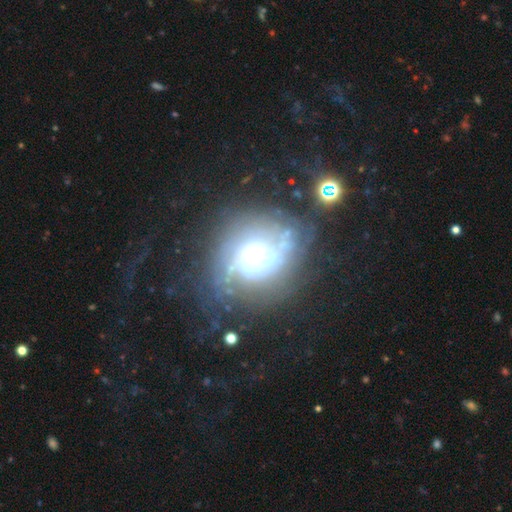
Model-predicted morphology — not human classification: This appears to be a featured or disk galaxy (57%) with no bar (70%), no spiral arms (62%) and a moderate central bulge (41%). Merging: none (50%).